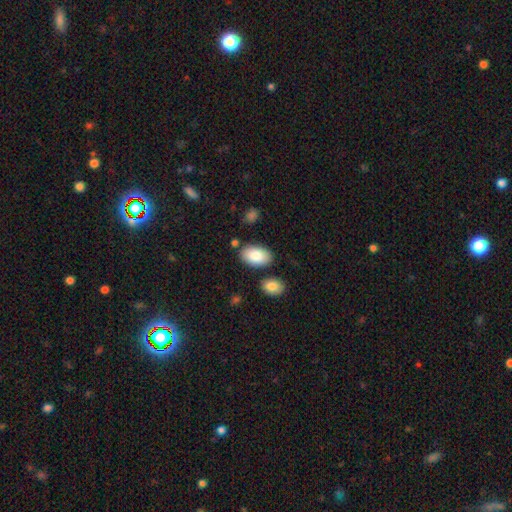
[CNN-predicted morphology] smooth_or_featured: smooth (p=0.86) [alt: featured or disk p=0.08]
how_rounded: in between (p=0.94) [alt: round p=0.05]
merging: none (p=0.82) [alt: minor disturbance p=0.11]